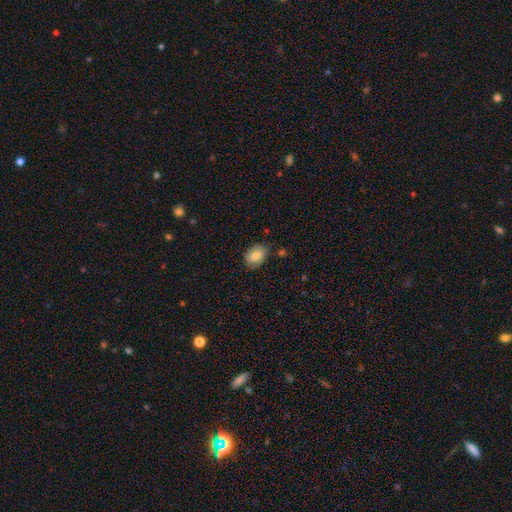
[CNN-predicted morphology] Smooth or featured: smooth — 80% (featured or disk — 12%)
How rounded: in between — 82% (round — 17%)
Merging: none — 78% (minor disturbance — 17%)